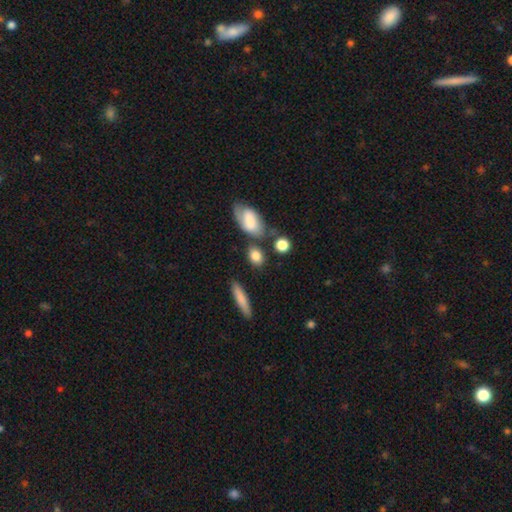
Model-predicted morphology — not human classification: Smooth or featured? Predicted: smooth (p=0.83). How rounded? Predicted: in between (p=0.54). Merging? Predicted: none (p=0.68).